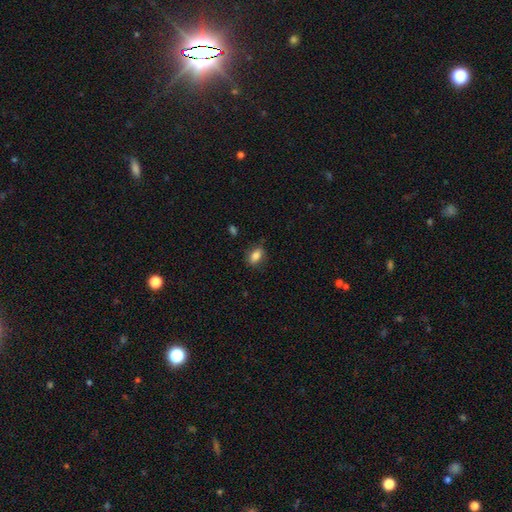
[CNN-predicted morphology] smooth_or_featured: smooth (p=0.82) [alt: featured or disk p=0.09]
how_rounded: in between (p=0.83) [alt: round p=0.12]
merging: none (p=0.80) [alt: minor disturbance p=0.15]